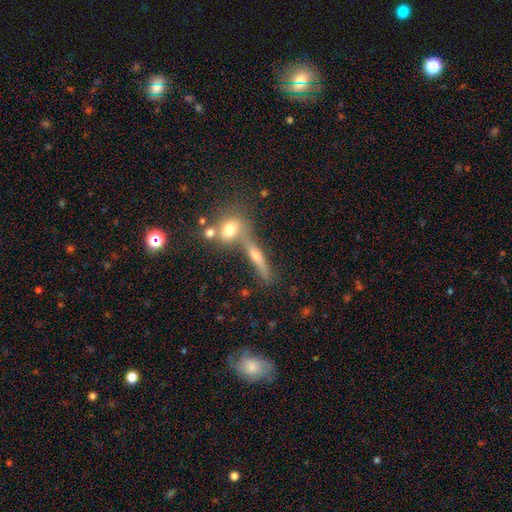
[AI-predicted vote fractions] This appears to be a smooth galaxy with no disk features (43%). Merging: none (58%).